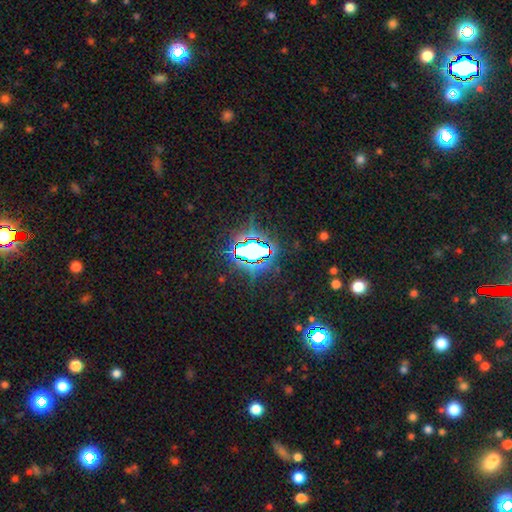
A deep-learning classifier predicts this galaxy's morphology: This appears to be a star or artifact, not a galaxy (74%).